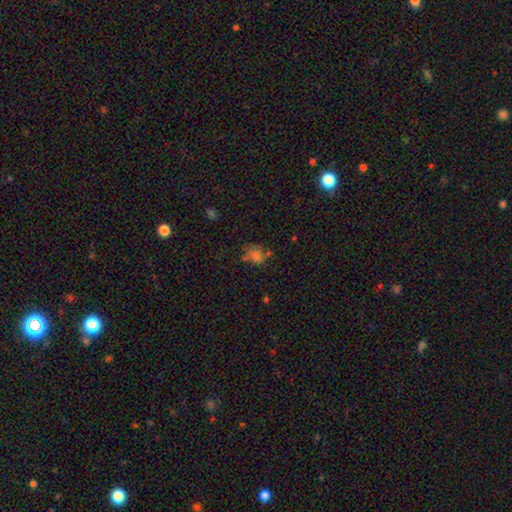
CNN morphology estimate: smooth_or_featured: smooth (p=0.66) [alt: star or artifact p=0.20]
how_rounded: round (p=0.64) [alt: in between p=0.35]
merging: none (p=0.54) [alt: minor disturbance p=0.22]